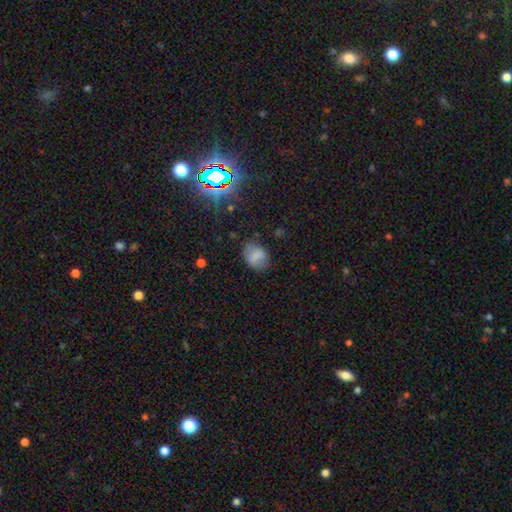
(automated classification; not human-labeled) A smooth galaxy with no disk features (70%) that is in between round and cigar-shaped (56%).

Vote fractions:
- Smooth or featured? smooth: 70% / featured or disk: 18% / star or artifact: 12%
- How rounded? in between: 56% / round: 43% / cigar-shaped: 1%
- Merging? none: 68% / minor disturbance: 21% / major disturbance: 8% / merger: 2%